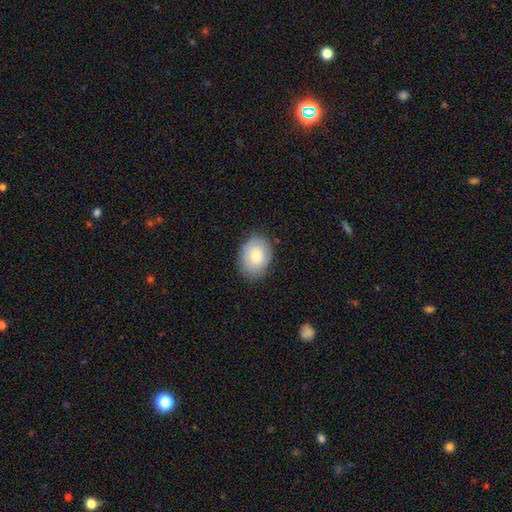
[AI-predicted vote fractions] smooth-or-featured: smooth: 75% | featured or disk: 18% | star or artifact: 7%
  how-rounded: in between: 63% | round: 36% | cigar-shaped: 1%
  merging: none: 81% | minor disturbance: 15% | major disturbance: 3% | merger: 1%